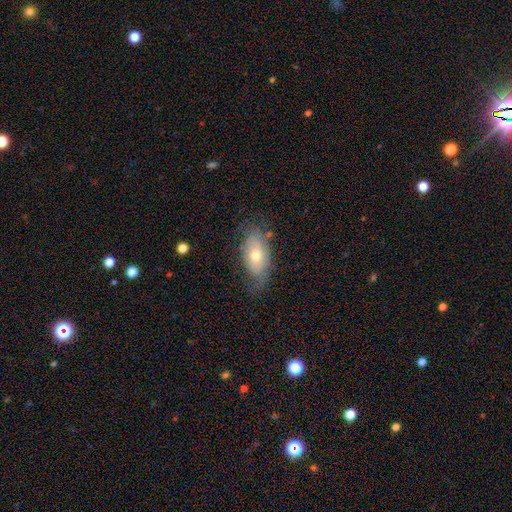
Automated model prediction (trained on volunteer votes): Smooth or featured? Predicted: smooth (p=0.59). How rounded? Predicted: in between (p=0.89). Merging? Predicted: none (p=0.61).